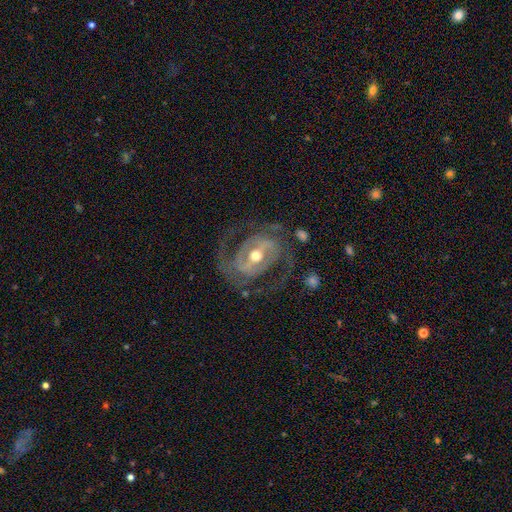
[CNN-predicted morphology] A featured or disk galaxy (89%) with a strong bar (42%), 2 (84%) medium (47%) spiral arms (94%) and a moderate central bulge (66%). Merging: none (74%).